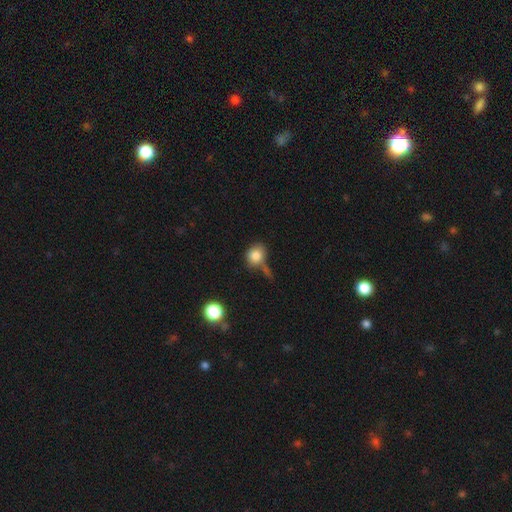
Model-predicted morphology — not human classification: Smooth or featured? Predicted: smooth (p=0.82). How rounded? Predicted: round (p=0.65). Merging? Predicted: none (p=0.50).